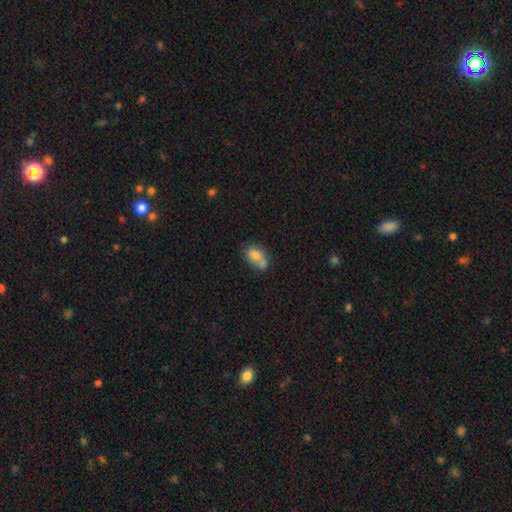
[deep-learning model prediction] A smooth galaxy with no disk features (73%) that is in between round and cigar-shaped (77%).

Vote fractions:
- Smooth or featured? smooth: 73% / featured or disk: 17% / star or artifact: 10%
- How rounded? in between: 77% / round: 21% / cigar-shaped: 2%
- Merging? merger: 46% / none: 32% / minor disturbance: 15% / major disturbance: 7%